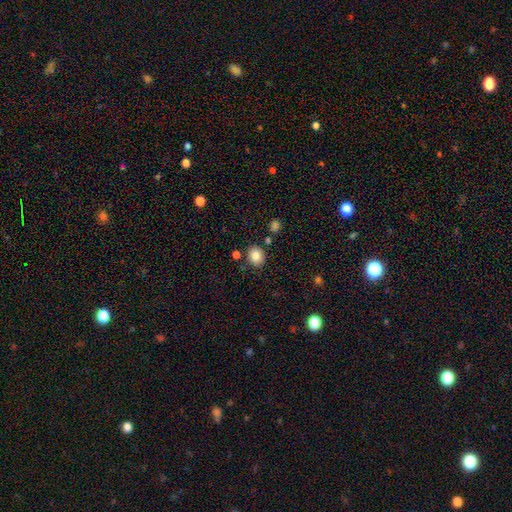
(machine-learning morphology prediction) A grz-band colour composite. It shows a smooth galaxy with no disk features (83%) that is round (69%). Merging: none (84%).